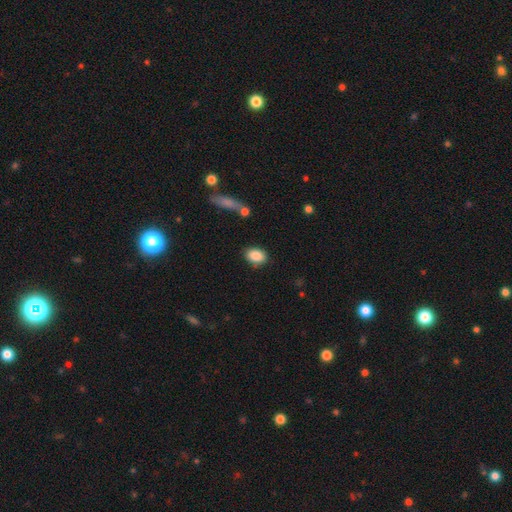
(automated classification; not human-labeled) Overall: smooth (87%). How rounded: in between (82%). Merging: none (83%).